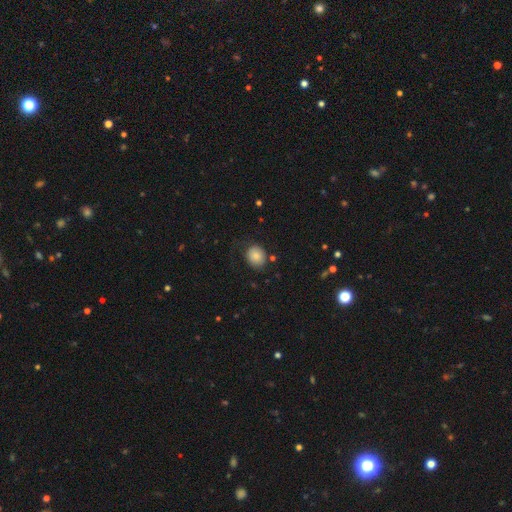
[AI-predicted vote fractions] This appears to be a smooth galaxy with no disk features (84%) that is round (67%). Merging: none (75%).